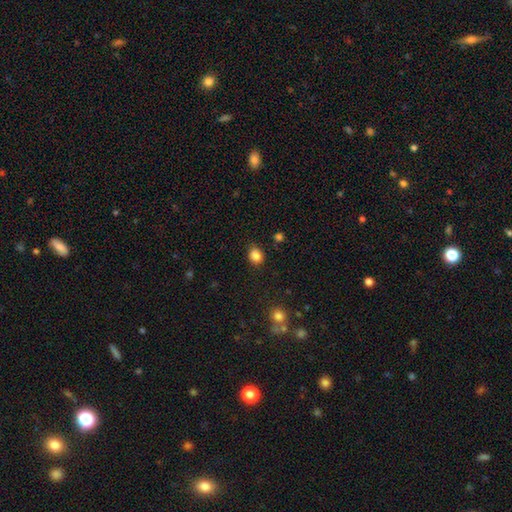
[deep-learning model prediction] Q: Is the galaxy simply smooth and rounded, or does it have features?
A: smooth — 85%.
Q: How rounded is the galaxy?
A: round — 62%.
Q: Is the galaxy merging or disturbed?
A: none — 77%.